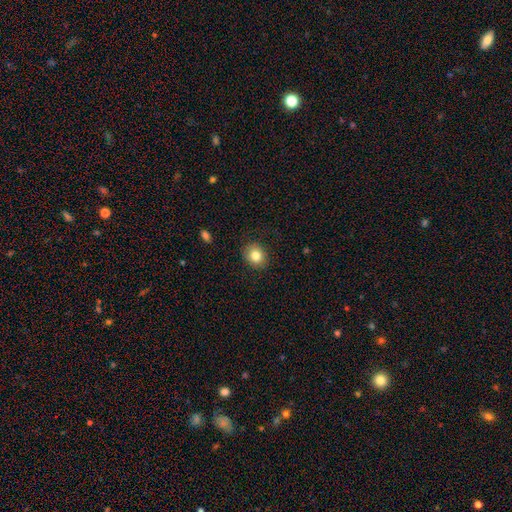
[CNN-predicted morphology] type=smooth (83%); roundness=round (64%); merging=none (86%).